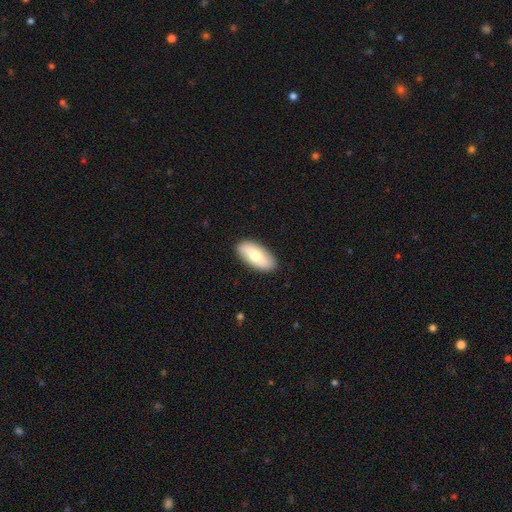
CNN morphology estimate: A smooth galaxy with no disk features (65%) that is in between round and cigar-shaped (90%).

Vote fractions:
- Smooth or featured? smooth: 65% / featured or disk: 29% / star or artifact: 5%
- How rounded? in between: 90% / cigar-shaped: 8% / round: 3%
- Merging? none: 89% / minor disturbance: 8% / major disturbance: 2% / merger: 1%